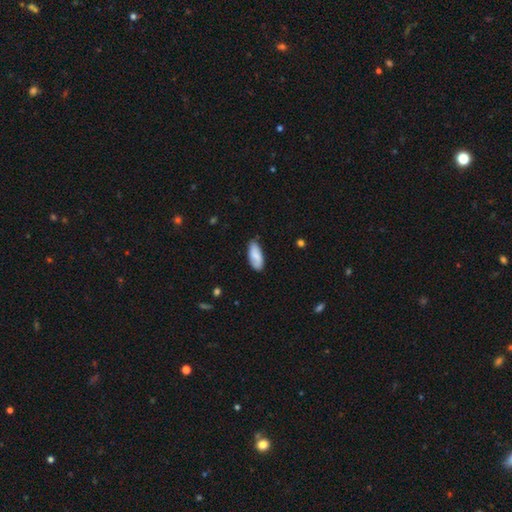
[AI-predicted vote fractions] smooth 78%, featured or disk 16%, star or artifact 6%. Down the decision tree: how rounded — in between (83%); merging — none (76%).